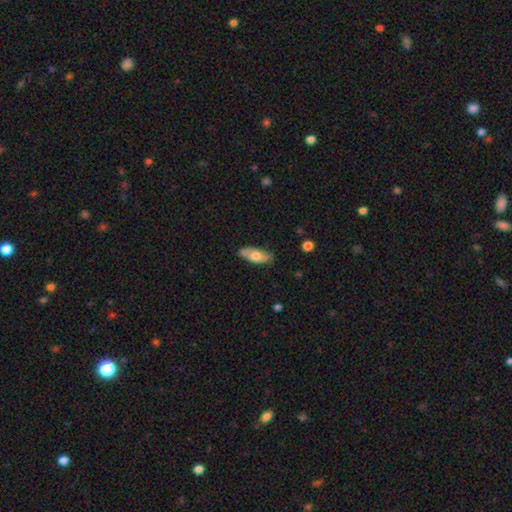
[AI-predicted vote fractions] smooth-or-featured: smooth: 61% | featured or disk: 33% | star or artifact: 6%
  how-rounded: in between: 82% | cigar-shaped: 15% | round: 3%
  merging: none: 77% | minor disturbance: 18% | major disturbance: 3% | merger: 2%